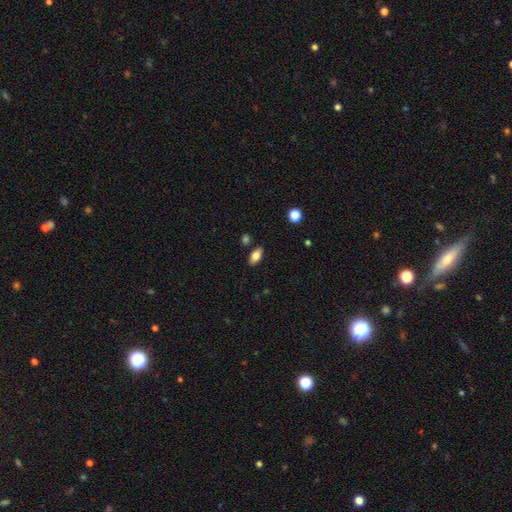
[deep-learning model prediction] Morphology: type=smooth (78%); roundness=in between (90%); merging=none (85%).